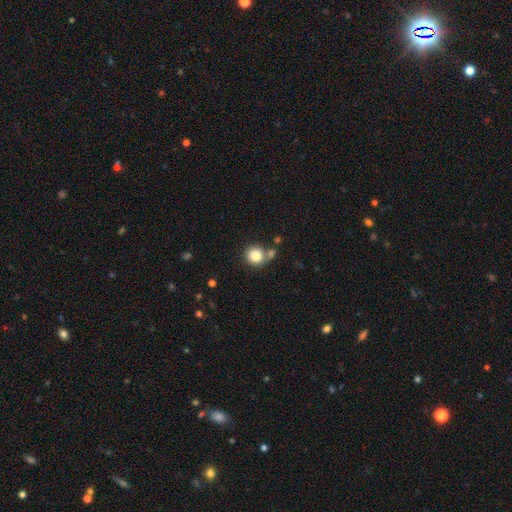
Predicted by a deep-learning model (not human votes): smooth_or_featured: smooth (p=0.84) [alt: star or artifact p=0.09]
how_rounded: round (p=0.89) [alt: in between p=0.10]
merging: none (p=0.63) [alt: merger p=0.21]